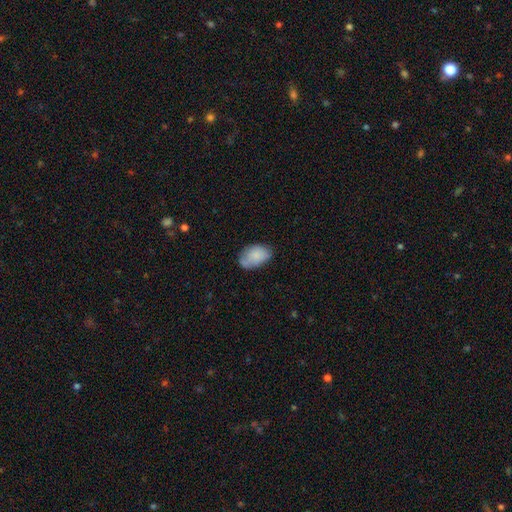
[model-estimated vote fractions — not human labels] Q: Smooth or featured?
A: smooth (81%); runner-up: featured or disk (13%)
Q: How rounded?
A: in between (90%); runner-up: round (8%)
Q: Merging?
A: none (59%); runner-up: minor disturbance (31%)